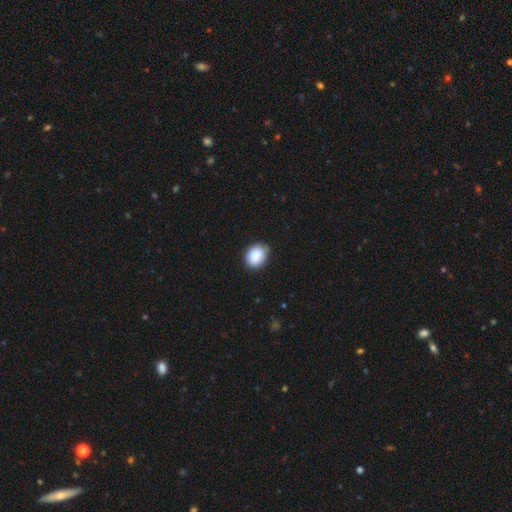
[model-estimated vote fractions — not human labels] Smooth or featured?
  - smooth: 89% *
  - star or artifact: 7%
  - featured or disk: 4%
How rounded?
  - round: 55% *
  - in between: 44%
  - cigar-shaped: 1%
Merging?
  - none: 79% *
  - minor disturbance: 17%
  - major disturbance: 3%
  - merger: 1%